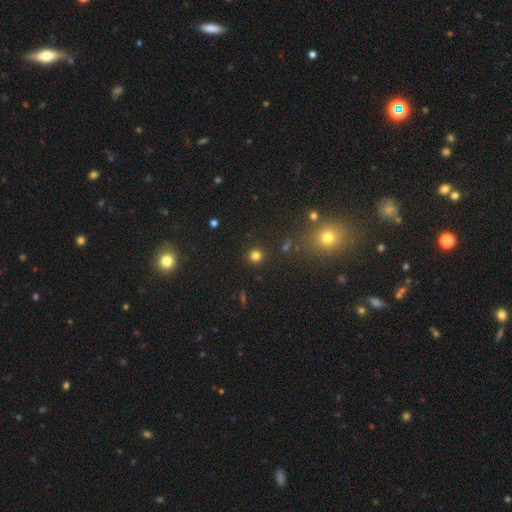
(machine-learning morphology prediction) smooth-or-featured: smooth: 78% | star or artifact: 16% | featured or disk: 5%
  how-rounded: round: 94% | in between: 5% | cigar-shaped: 1%
  merging: none: 90% | minor disturbance: 5% | merger: 2% | major disturbance: 2%